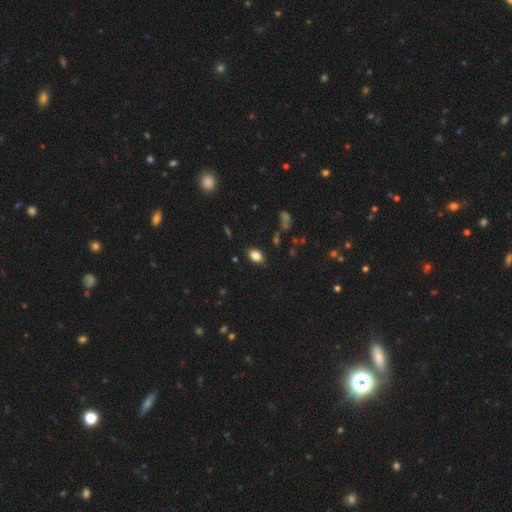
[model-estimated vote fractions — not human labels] smooth-or-featured: smooth: 84% | star or artifact: 10% | featured or disk: 7%
  how-rounded: in between: 87% | round: 11% | cigar-shaped: 2%
  merging: none: 85% | minor disturbance: 11% | major disturbance: 3% | merger: 2%